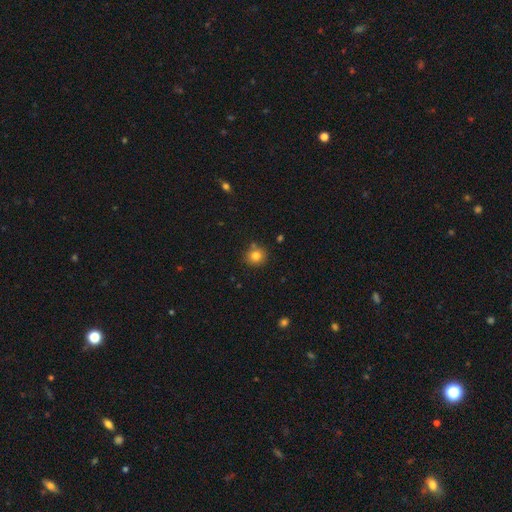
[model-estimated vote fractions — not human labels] Smooth or featured?
  - smooth: 81% *
  - star or artifact: 12%
  - featured or disk: 7%
How rounded?
  - round: 89% *
  - in between: 10%
  - cigar-shaped: 1%
Merging?
  - none: 80% *
  - minor disturbance: 11%
  - merger: 7%
  - major disturbance: 2%